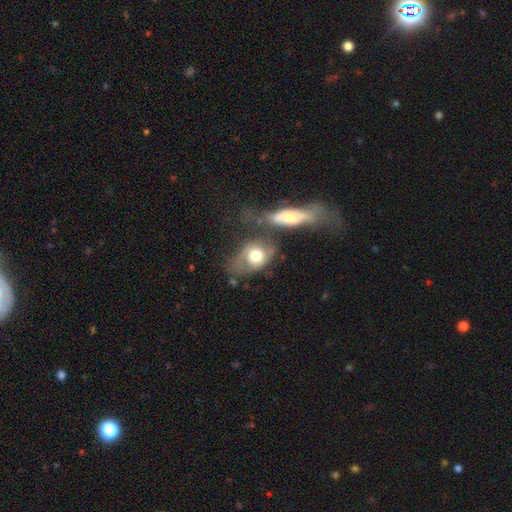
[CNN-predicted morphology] Smooth or featured? smooth (52%)
How rounded? in between (66%)
Merging? none (32%)